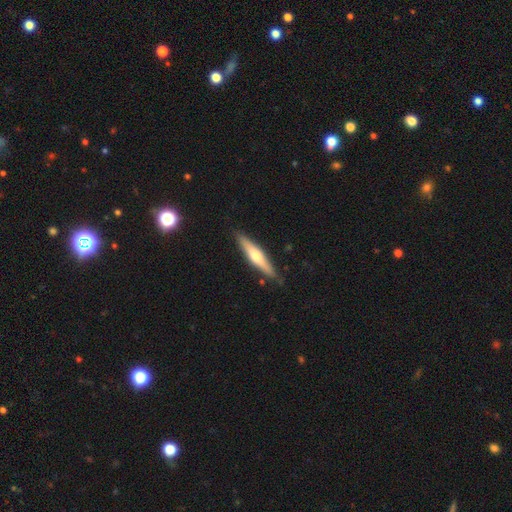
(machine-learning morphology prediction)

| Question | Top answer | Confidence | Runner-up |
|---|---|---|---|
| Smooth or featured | featured or disk | 52% | smooth (43%) |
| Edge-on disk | yes | 95% | no (5%) |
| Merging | none | 86% | minor disturbance (10%) |